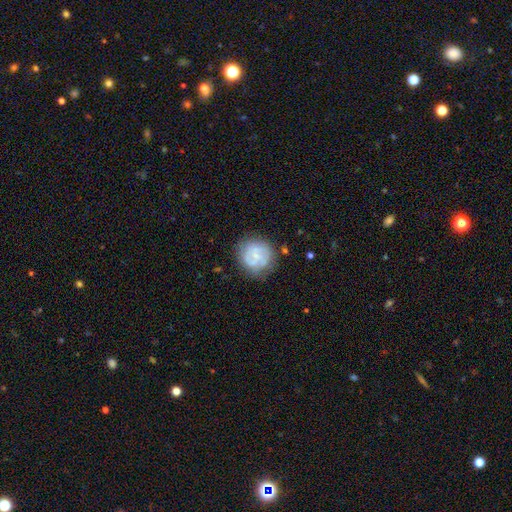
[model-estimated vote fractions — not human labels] Smooth or featured? featured or disk (55%)
Edge-on disk? no (98%)
Bar? no (58%)
Spiral arms? yes (73%)
Bulge size? small (59%)
Merging? none (72%)